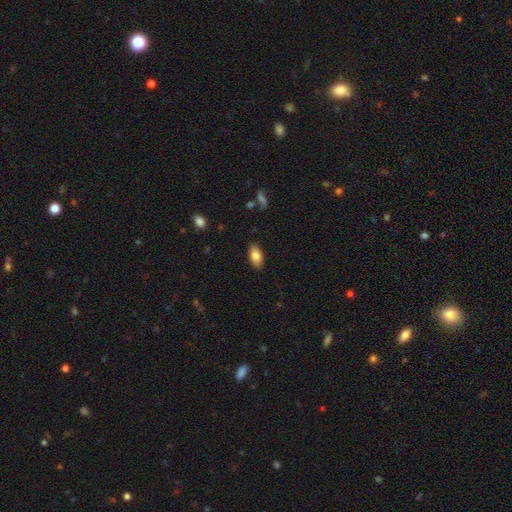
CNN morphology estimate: Smooth or featured?
  - smooth: 81% *
  - featured or disk: 11%
  - star or artifact: 7%
How rounded?
  - in between: 92% *
  - cigar-shaped: 5%
  - round: 4%
Merging?
  - none: 87% *
  - minor disturbance: 10%
  - major disturbance: 2%
  - merger: 1%